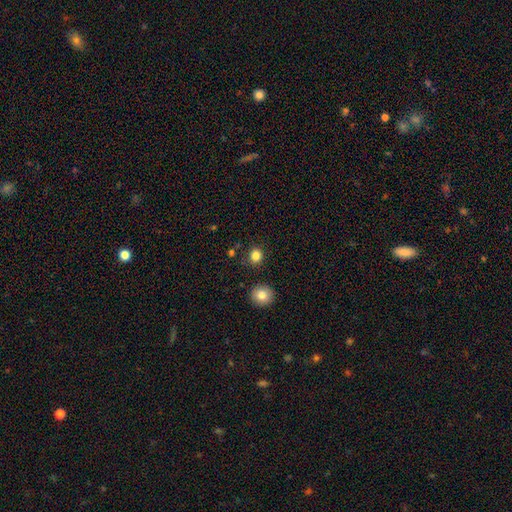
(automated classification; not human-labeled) Smooth or featured?
  - smooth: 83% *
  - star or artifact: 12%
  - featured or disk: 5%
How rounded?
  - round: 81% *
  - in between: 18%
  - cigar-shaped: 1%
Merging?
  - none: 87% *
  - minor disturbance: 7%
  - merger: 3%
  - major disturbance: 3%